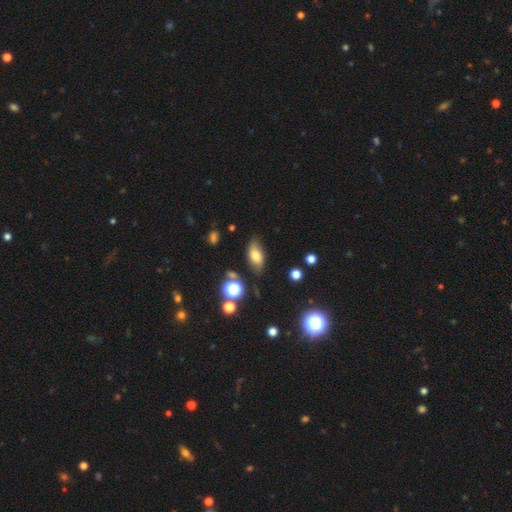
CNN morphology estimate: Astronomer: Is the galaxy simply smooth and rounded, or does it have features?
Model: smooth — 69%.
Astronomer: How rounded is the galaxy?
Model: in between — 87%.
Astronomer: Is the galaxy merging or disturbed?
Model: none — 73%.